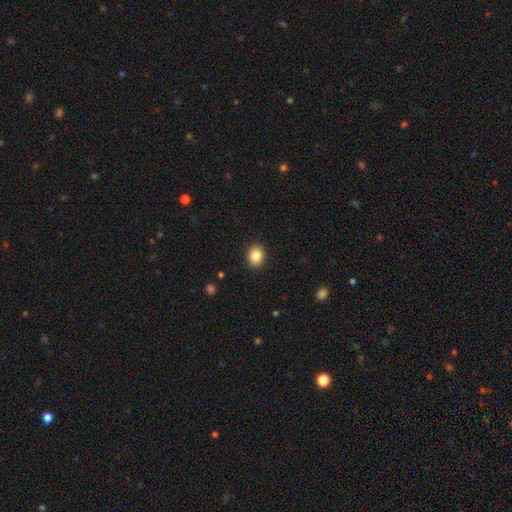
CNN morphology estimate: smooth_or_featured: smooth (p=0.85) [alt: star or artifact p=0.09]
how_rounded: round (p=0.53) [alt: in between p=0.46]
merging: none (p=0.90) [alt: minor disturbance p=0.07]